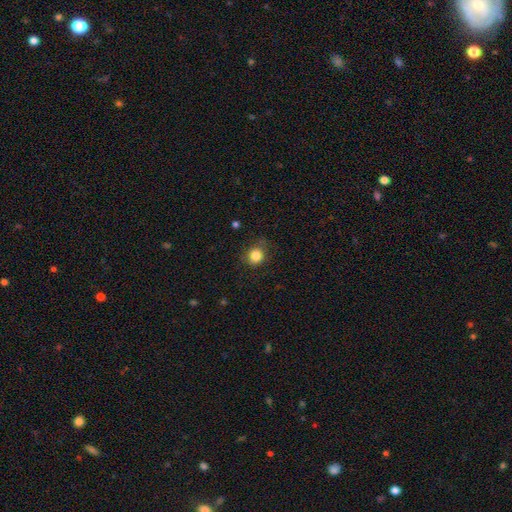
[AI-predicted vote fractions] smooth_or_featured: smooth (p=0.84) [alt: star or artifact p=0.11]
how_rounded: round (p=0.80) [alt: in between p=0.19]
merging: none (p=0.77) [alt: minor disturbance p=0.17]